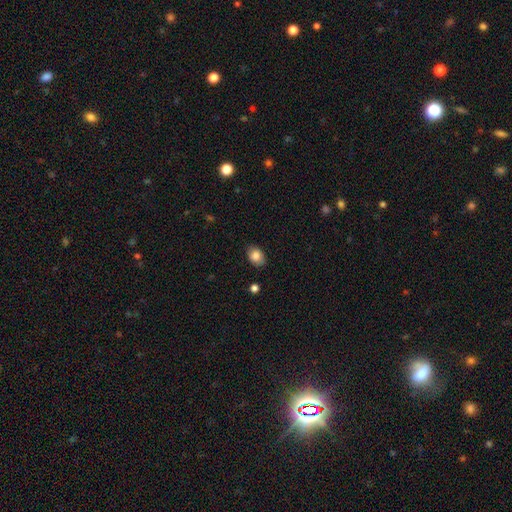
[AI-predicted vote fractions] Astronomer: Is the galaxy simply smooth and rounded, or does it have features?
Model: smooth — 84%.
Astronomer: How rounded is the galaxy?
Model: in between — 76%.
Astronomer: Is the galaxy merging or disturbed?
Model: none — 85%.